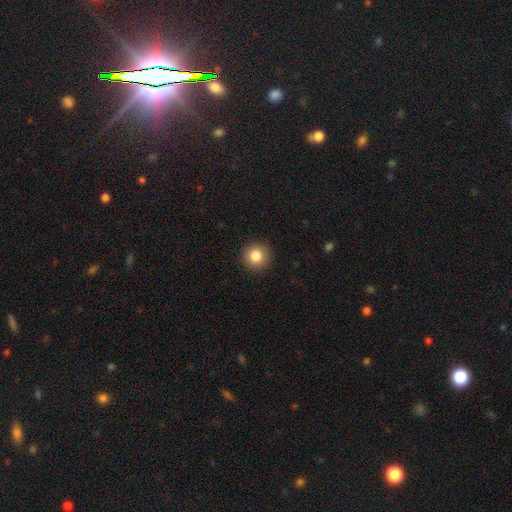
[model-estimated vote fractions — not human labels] The model was most divided on "smooth or featured": smooth: 84%, star or artifact: 10%, featured or disk: 6%. More confident: how rounded — round (94%); merging — none (92%).